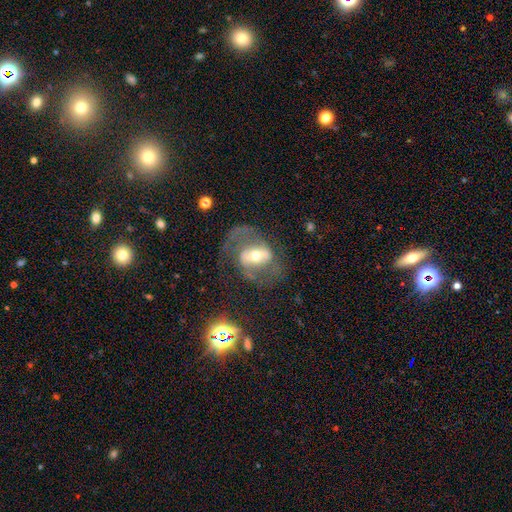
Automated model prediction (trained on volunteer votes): Smooth or featured: featured or disk — 75% (smooth — 17%)
Edge-on disk: no — 95% (yes — 5%)
Bar: strong — 41% (weak — 35%)
Spiral arms: yes — 75% (no — 25%)
Spiral winding: medium — 49% (loose — 33%)
Spiral arm count: 2 — 78% (can't tell — 11%)
Bulge size: moderate — 61% (small — 28%)
Merging: none — 51% (major disturbance — 28%)